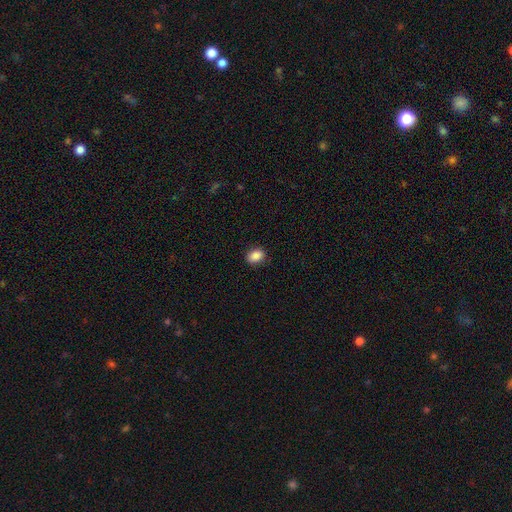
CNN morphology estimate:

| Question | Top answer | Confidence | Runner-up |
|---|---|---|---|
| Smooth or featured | smooth | 88% | star or artifact (8%) |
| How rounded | in between | 72% | round (27%) |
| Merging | none | 87% | minor disturbance (10%) |